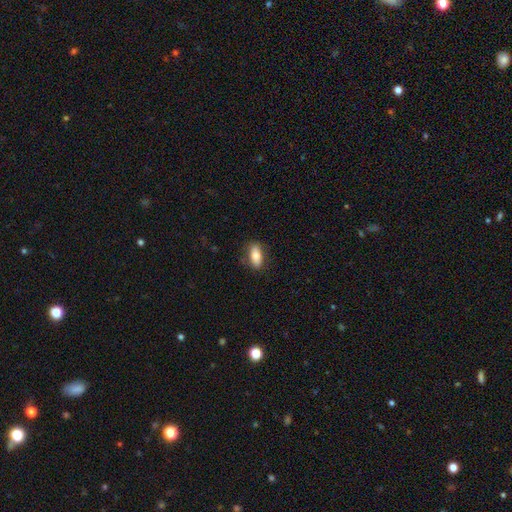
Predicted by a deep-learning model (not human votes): Smooth or featured?
  - smooth: 77% *
  - featured or disk: 16%
  - star or artifact: 7%
How rounded?
  - in between: 81% *
  - cigar-shaped: 15%
  - round: 4%
Merging?
  - none: 82% *
  - minor disturbance: 13%
  - major disturbance: 3%
  - merger: 1%